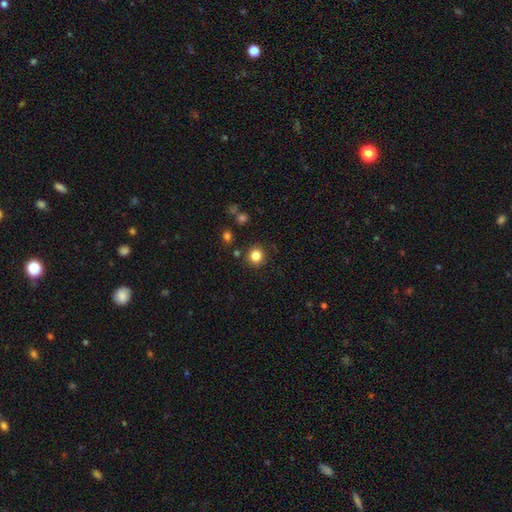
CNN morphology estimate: smooth_or_featured: smooth (p=0.82) [alt: star or artifact p=0.12]
how_rounded: round (p=0.92) [alt: in between p=0.07]
merging: none (p=0.89) [alt: minor disturbance p=0.06]